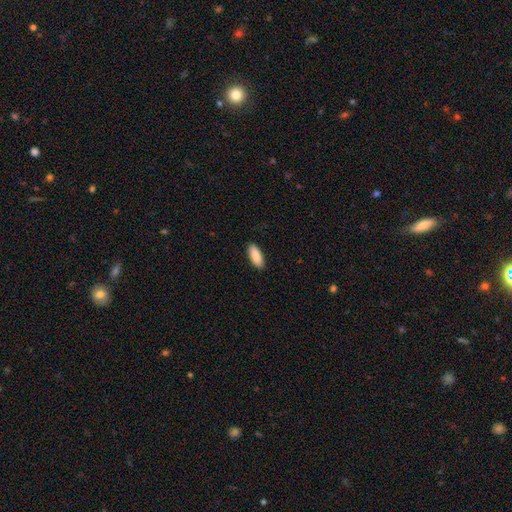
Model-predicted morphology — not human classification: A smooth galaxy with no disk features (89%) that is in between round and cigar-shaped (80%).

Vote fractions:
- Smooth or featured? smooth: 89% / featured or disk: 6% / star or artifact: 5%
- How rounded? in between: 80% / cigar-shaped: 18% / round: 2%
- Merging? none: 89% / minor disturbance: 8% / major disturbance: 2% / merger: 1%